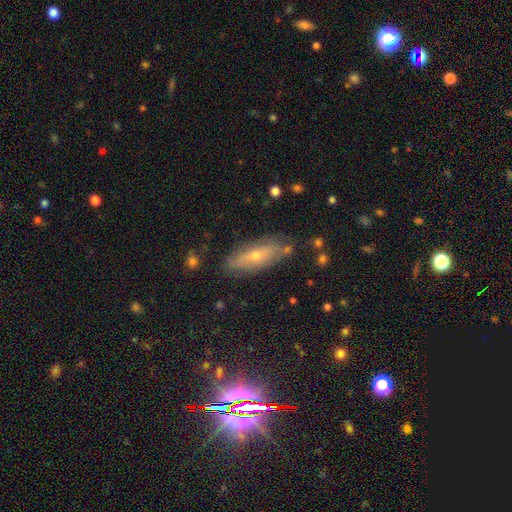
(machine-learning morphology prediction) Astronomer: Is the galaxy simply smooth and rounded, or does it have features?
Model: smooth — 45%, tied with featured or disk at 45%.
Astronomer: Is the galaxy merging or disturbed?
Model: none — 79%.